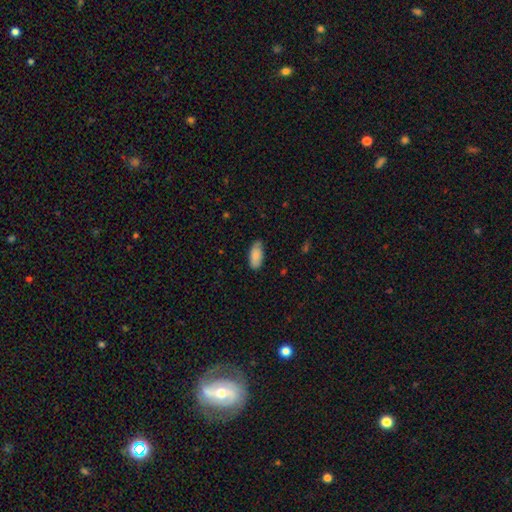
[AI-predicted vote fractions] Q: Smooth or featured?
A: smooth (85%); runner-up: featured or disk (9%)
Q: How rounded?
A: in between (91%); runner-up: cigar-shaped (7%)
Q: Merging?
A: none (74%); runner-up: minor disturbance (22%)